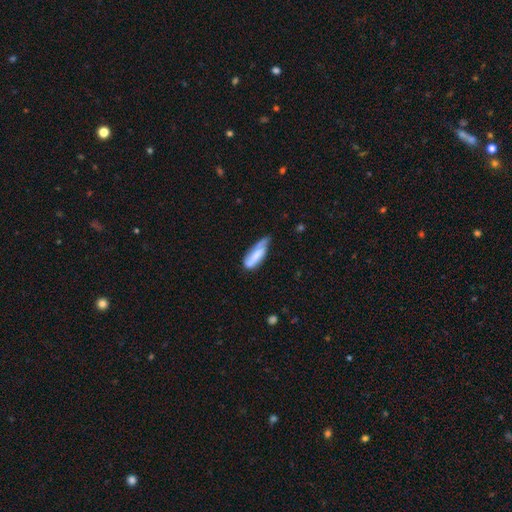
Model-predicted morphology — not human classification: Smooth or featured: smooth — 67% (featured or disk — 27%)
How rounded: in between — 53% (cigar-shaped — 46%)
Merging: minor disturbance — 42% (none — 38%)